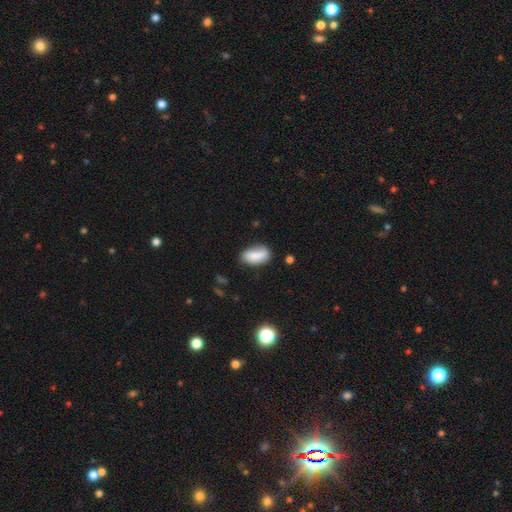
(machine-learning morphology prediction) Smooth or featured: smooth — 74% (featured or disk — 18%)
How rounded: in between — 90% (cigar-shaped — 6%)
Merging: none — 59% (minor disturbance — 27%)